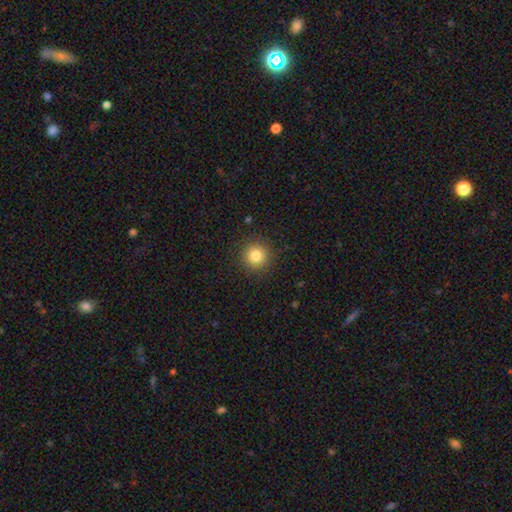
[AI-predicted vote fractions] This is clearly a smooth galaxy (82%). How rounded: clearly round (95%). Merging: clearly none (91%).